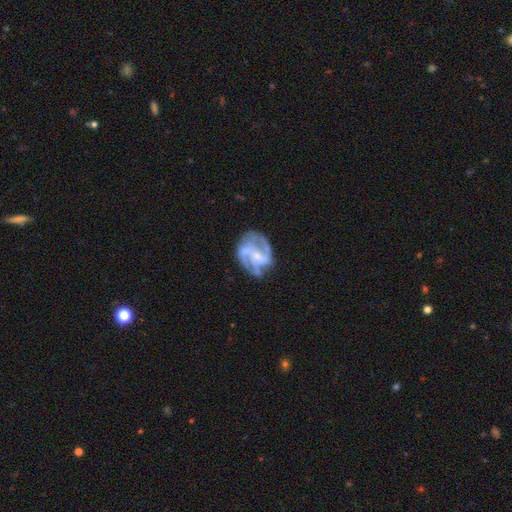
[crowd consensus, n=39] Volunteers were most divided on "merging": none: 37%, minor disturbance: 32%, major disturbance: 26%, merger: 5%. Remaining: edge-on disk — no (100%); spiral arms — yes (85%); smooth or featured — featured or disk (85%); spiral winding — medium (57%); bulge size — small (55%); spiral arm count — 3 (50%); bar — weak (45%).